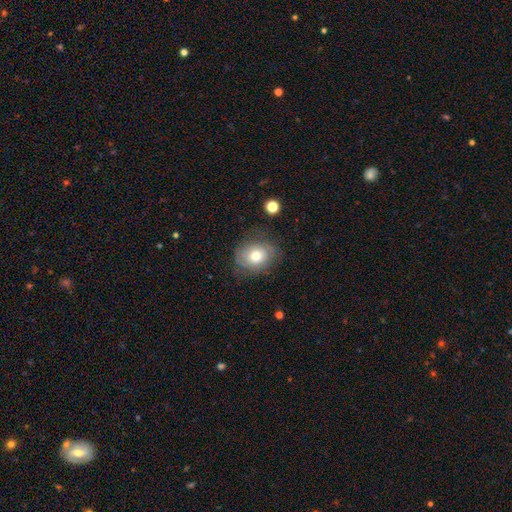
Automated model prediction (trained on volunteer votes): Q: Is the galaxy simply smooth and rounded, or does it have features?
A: smooth — 68%.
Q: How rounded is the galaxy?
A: round — 52%.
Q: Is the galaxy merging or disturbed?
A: none — 70%.